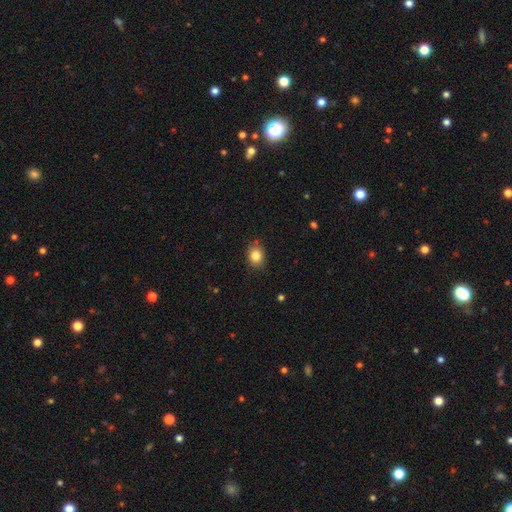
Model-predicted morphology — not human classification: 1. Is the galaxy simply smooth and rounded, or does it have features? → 84% smooth, 10% star or artifact, 7% featured or disk.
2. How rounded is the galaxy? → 54% in between, 45% round, 1% cigar-shaped.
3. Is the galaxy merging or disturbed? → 81% none, 14% minor disturbance, 3% major disturbance, 2% merger.